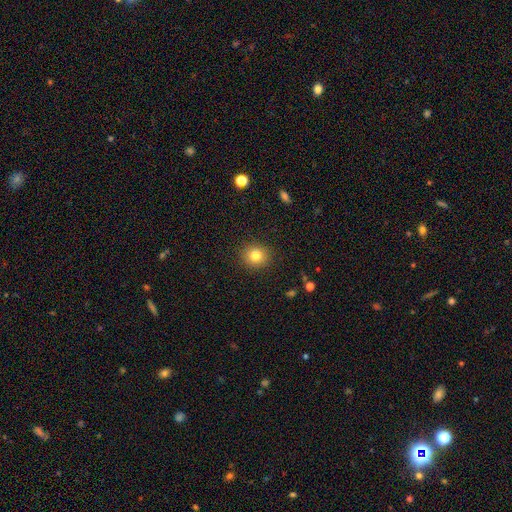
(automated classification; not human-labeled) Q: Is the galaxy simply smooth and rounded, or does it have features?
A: smooth — 81%.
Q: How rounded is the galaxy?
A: round — 84%.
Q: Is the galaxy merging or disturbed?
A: none — 90%.